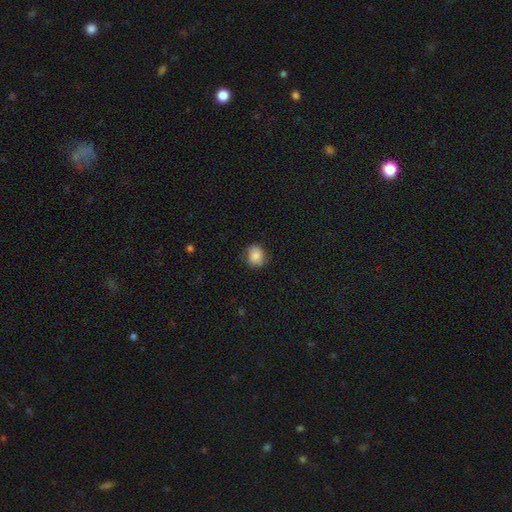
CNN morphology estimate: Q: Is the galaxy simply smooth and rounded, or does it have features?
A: smooth — 81%.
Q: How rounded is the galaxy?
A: round — 70%.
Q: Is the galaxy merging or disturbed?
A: none — 72%.